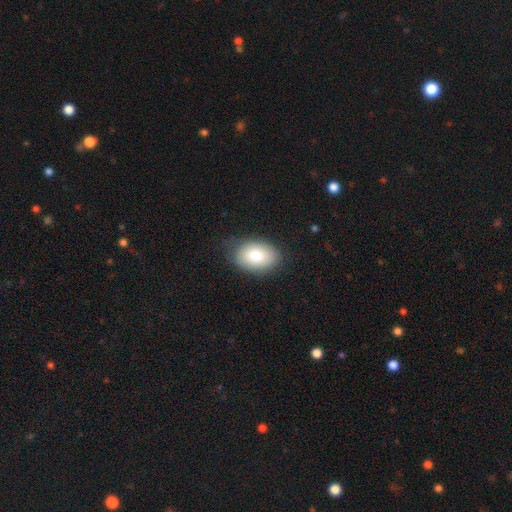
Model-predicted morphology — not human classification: A smooth galaxy with no disk features (80%) that is in between round and cigar-shaped (86%).

Vote fractions:
- Smooth or featured? smooth: 80% / featured or disk: 13% / star or artifact: 8%
- How rounded? in between: 86% / round: 13% / cigar-shaped: 1%
- Merging? none: 80% / minor disturbance: 15% / major disturbance: 4% / merger: 1%